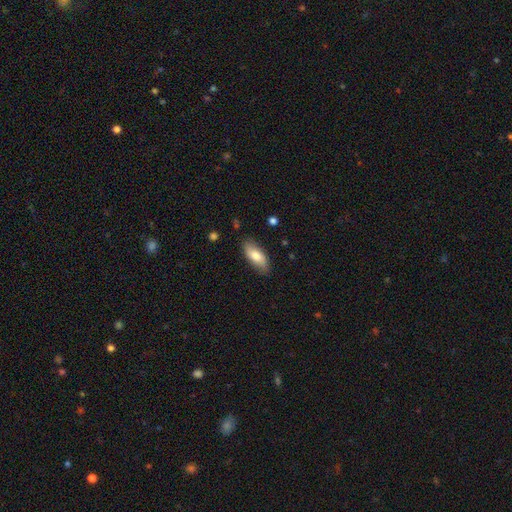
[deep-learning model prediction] A smooth galaxy with no disk features (74%) that is in between round and cigar-shaped (82%).

Vote fractions:
- Smooth or featured? smooth: 74% / featured or disk: 20% / star or artifact: 6%
- How rounded? in between: 82% / cigar-shaped: 15% / round: 3%
- Merging? none: 84% / minor disturbance: 13% / major disturbance: 2% / merger: 1%